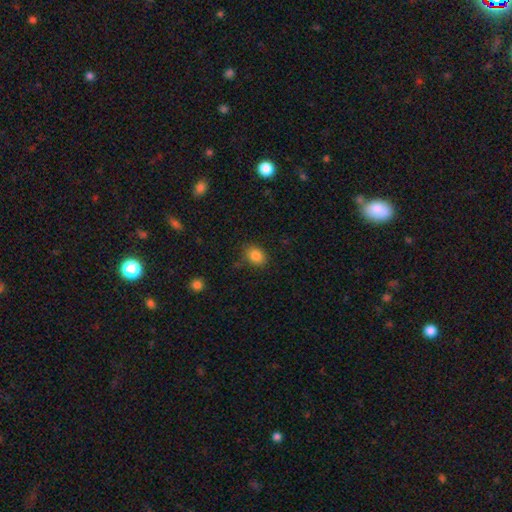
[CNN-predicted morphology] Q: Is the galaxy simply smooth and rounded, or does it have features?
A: smooth — 85%.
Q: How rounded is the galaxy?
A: in between — 64%.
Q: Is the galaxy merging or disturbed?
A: none — 78%.